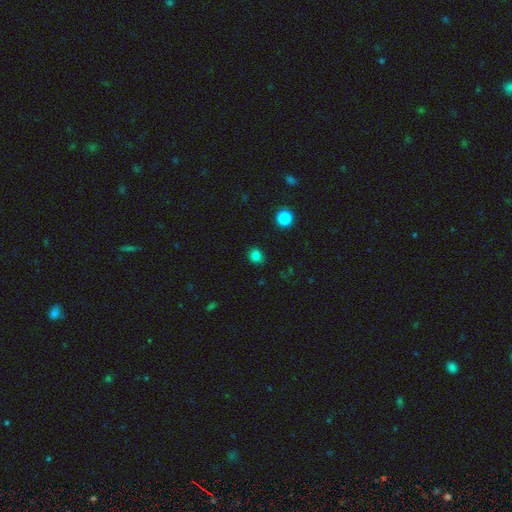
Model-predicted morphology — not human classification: A smooth galaxy with no disk features (81%) that is round (74%). Merging: none (87%).